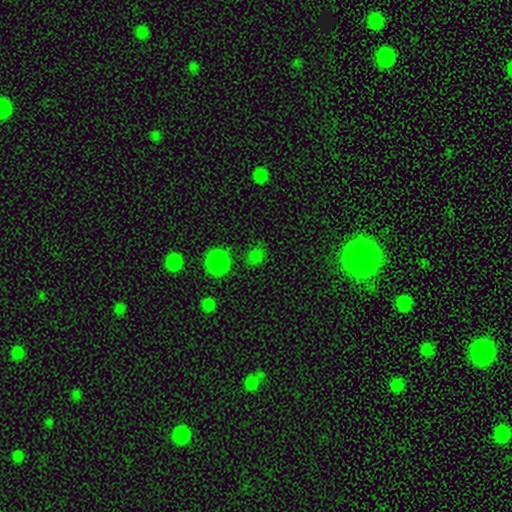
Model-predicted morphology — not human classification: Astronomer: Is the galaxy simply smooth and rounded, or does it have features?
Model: smooth — 69%.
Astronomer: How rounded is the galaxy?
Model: round — 74%.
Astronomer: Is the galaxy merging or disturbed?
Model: none — 81%.